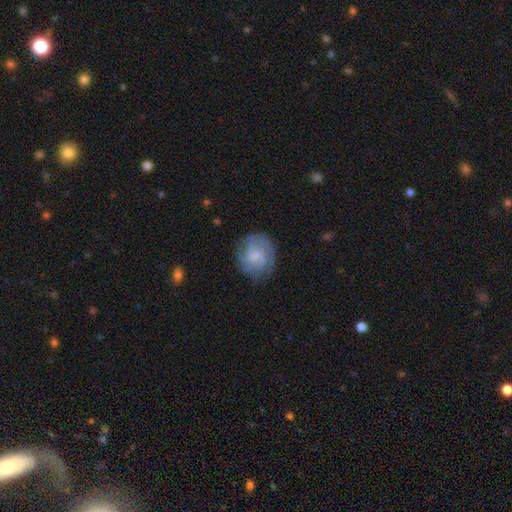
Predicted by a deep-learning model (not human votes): A featured or disk galaxy (61%) with no bar (48%), tight (51%) spiral arms (85%) and a small central bulge (40%).

Vote fractions:
- Smooth or featured? featured or disk: 61% / smooth: 32% / star or artifact: 7%
- Edge-on disk? no: 98% / yes: 2%
- Bar? no: 48% / weak: 44% / strong: 8%
- Spiral arms? yes: 85% / no: 15%
- Spiral winding? tight: 51% / medium: 36% / loose: 13%
- Spiral arm count? can't tell: 37% / 2: 29% / 3: 18% / 4: 6% / 1: 6% / more than 4: 4%
- Bulge size? small: 40% / none: 32% / moderate: 23% / large: 4% / dominant: 1%
- Merging? none: 72% / minor disturbance: 17% / major disturbance: 9% / merger: 1%